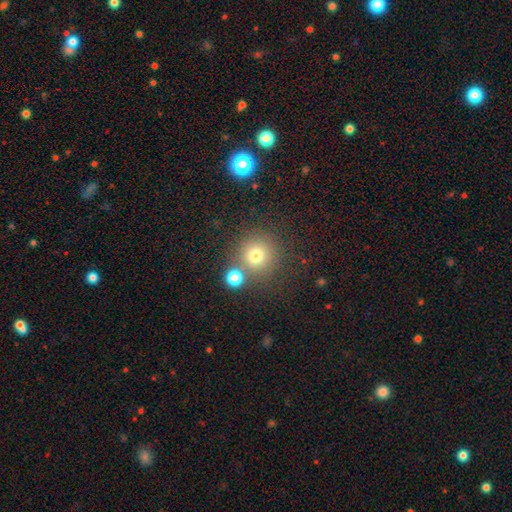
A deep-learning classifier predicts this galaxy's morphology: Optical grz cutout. It shows a smooth galaxy with no disk features (74%) that is round (93%). Merging: none (71%).